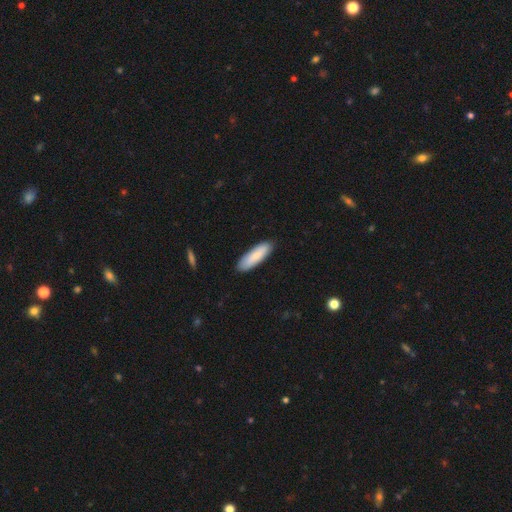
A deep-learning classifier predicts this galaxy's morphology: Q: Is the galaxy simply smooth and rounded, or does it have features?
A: smooth — 83%.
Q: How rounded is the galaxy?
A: cigar-shaped — 52%.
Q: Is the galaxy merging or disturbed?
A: none — 88%.